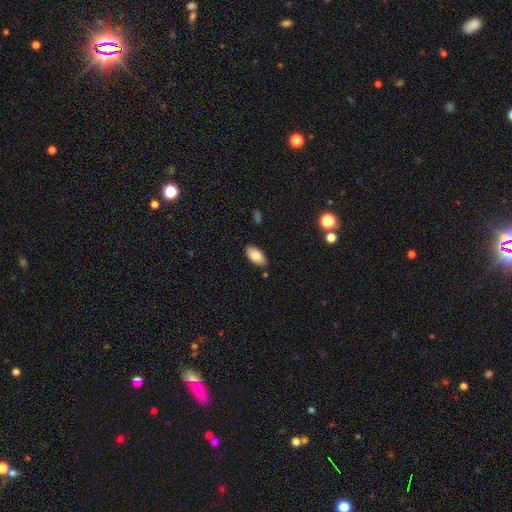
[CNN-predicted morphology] type=smooth (83%); roundness=in between (94%); merging=none (84%).